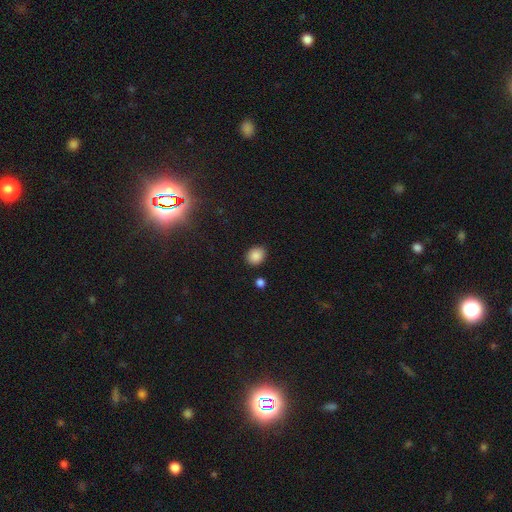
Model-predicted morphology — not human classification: Smooth or featured: smooth — 86% (star or artifact — 10%)
How rounded: round — 55% (in between — 44%)
Merging: none — 85% (minor disturbance — 10%)